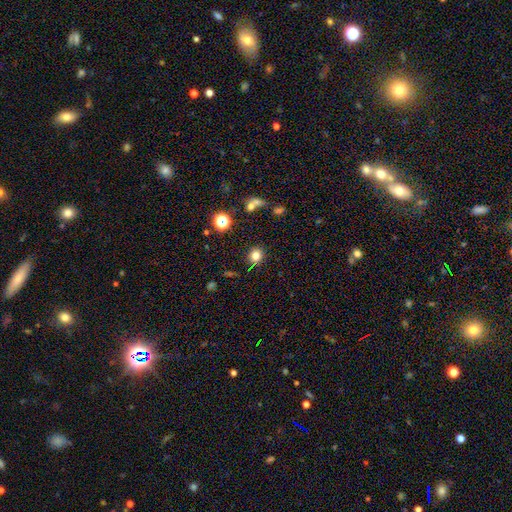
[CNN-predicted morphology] smooth-or-featured: smooth: 78% | star or artifact: 15% | featured or disk: 6%
  how-rounded: round: 85% | in between: 14% | cigar-shaped: 1%
  merging: none: 85% | minor disturbance: 9% | major disturbance: 3% | merger: 3%